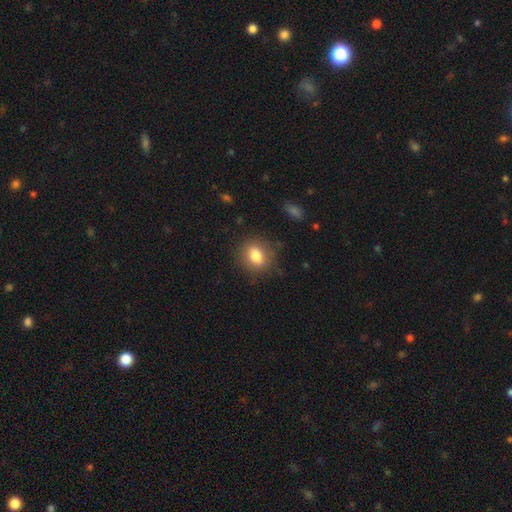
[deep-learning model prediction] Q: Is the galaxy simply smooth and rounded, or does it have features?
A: smooth — 80%.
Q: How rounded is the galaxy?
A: in between — 49%, tied with round.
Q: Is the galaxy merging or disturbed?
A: none — 82%.